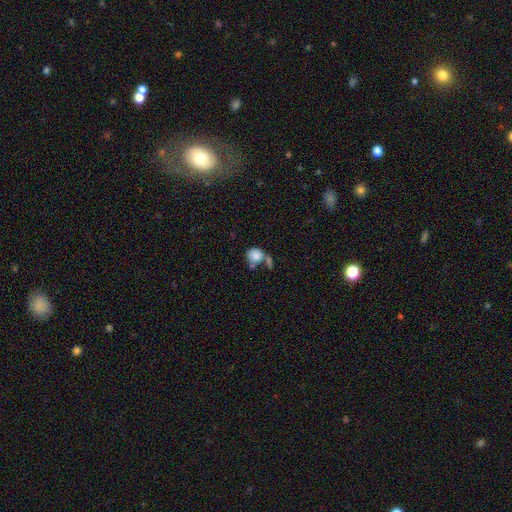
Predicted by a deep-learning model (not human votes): The model was most divided on "merging": none: 40%, merger: 35%, minor disturbance: 14%, major disturbance: 10%. More confident: smooth or featured — smooth (82%); how rounded — round (77%).